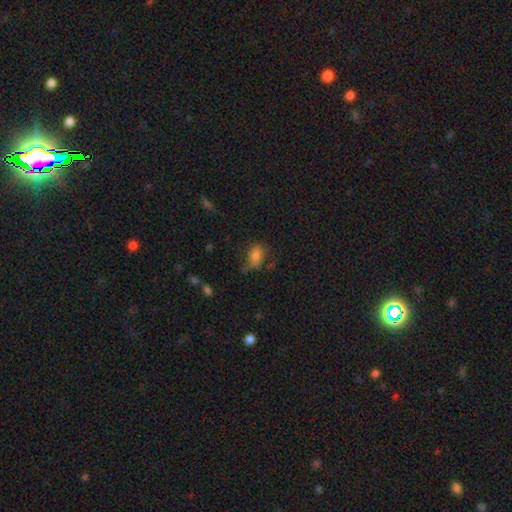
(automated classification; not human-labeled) This is likely a smooth galaxy (73%). How rounded: clearly in between (83%). Merging: possibly none (56%).